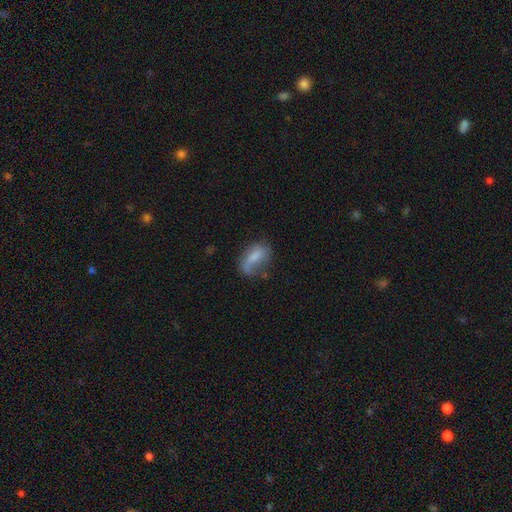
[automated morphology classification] Smooth or featured? smooth (57%)
How rounded? in between (82%)
Merging? none (44%)